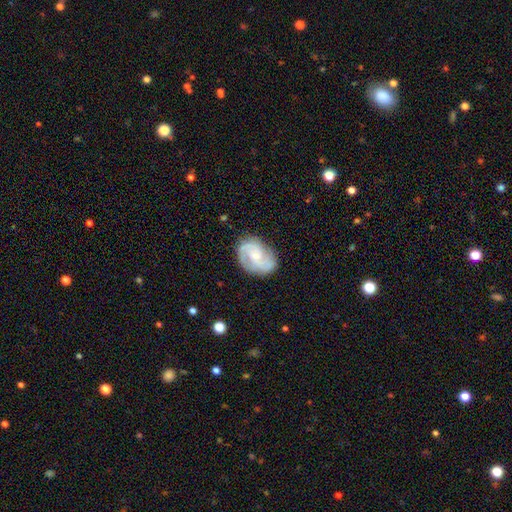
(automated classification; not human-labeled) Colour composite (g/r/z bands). It shows a featured or disk galaxy (78%) with no bar (61%), 2 (54%) medium (47%) spiral arms (95%) and a small central bulge (62%). Merging: none (74%).